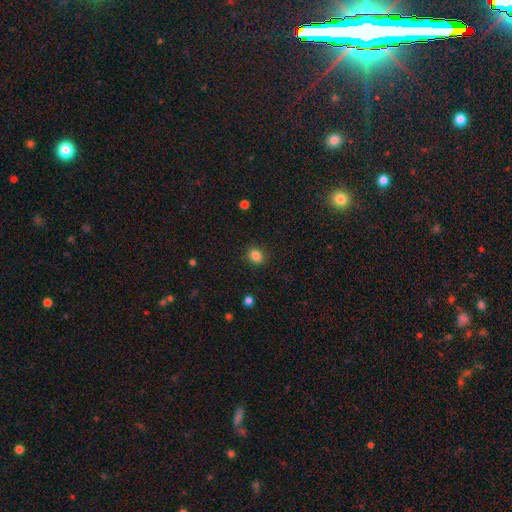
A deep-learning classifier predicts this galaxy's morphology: A smooth galaxy with no disk features (85%) that is round (53%).

Vote fractions:
- Smooth or featured? smooth: 85% / star or artifact: 11% / featured or disk: 4%
- How rounded? round: 53% / in between: 46% / cigar-shaped: 1%
- Merging? none: 89% / minor disturbance: 8% / major disturbance: 2% / merger: 1%